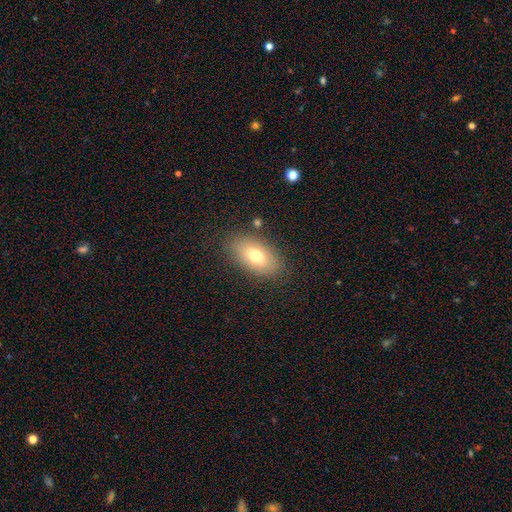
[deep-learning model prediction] Q: Smooth or featured?
A: smooth (73%); runner-up: featured or disk (19%)
Q: How rounded?
A: in between (91%); runner-up: round (6%)
Q: Merging?
A: none (83%); runner-up: minor disturbance (11%)